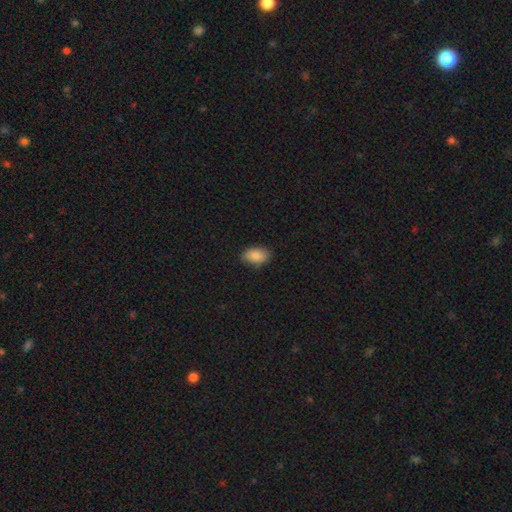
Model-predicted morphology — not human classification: A smooth galaxy with no disk features (87%) that is in between round and cigar-shaped (90%). Merging: none (81%).